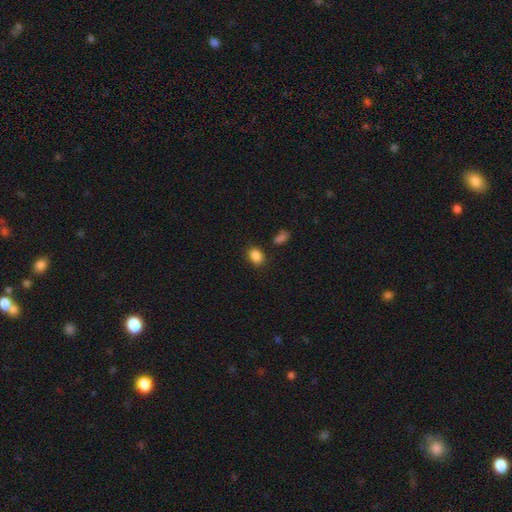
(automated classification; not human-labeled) A smooth galaxy with no disk features (86%) that is in between round and cigar-shaped (66%).

Vote fractions:
- Smooth or featured? smooth: 86% / star or artifact: 10% / featured or disk: 4%
- How rounded? in between: 66% / round: 33% / cigar-shaped: 1%
- Merging? none: 83% / minor disturbance: 11% / merger: 4% / major disturbance: 3%